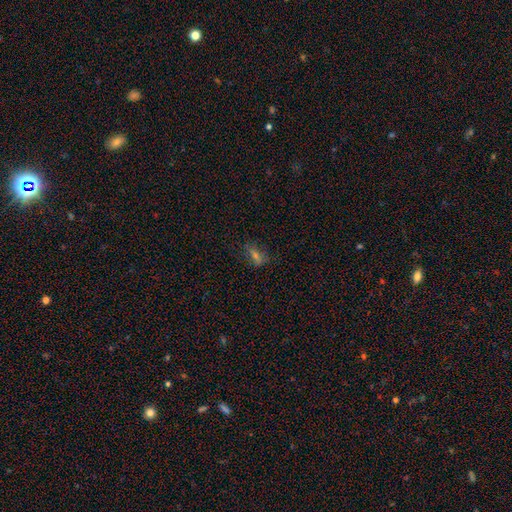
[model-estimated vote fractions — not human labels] A smooth galaxy with no disk features (45%).

Vote fractions:
- Smooth or featured? smooth: 45% / star or artifact: 32% / featured or disk: 23%
- Merging? none: 73% / minor disturbance: 17% / major disturbance: 8% / merger: 2%